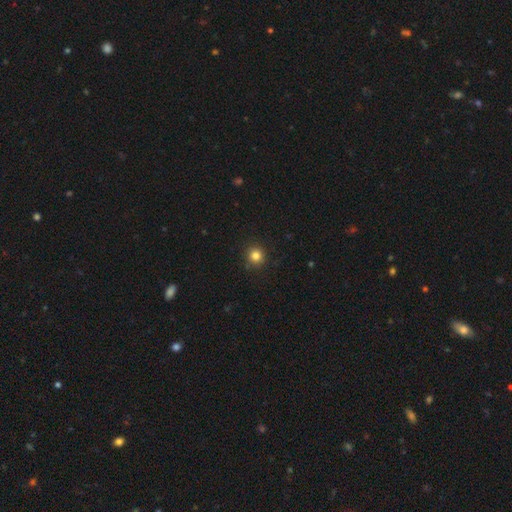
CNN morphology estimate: smooth 82%, star or artifact 13%, featured or disk 5%. Down the decision tree: how rounded — round (94%); merging — none (91%).